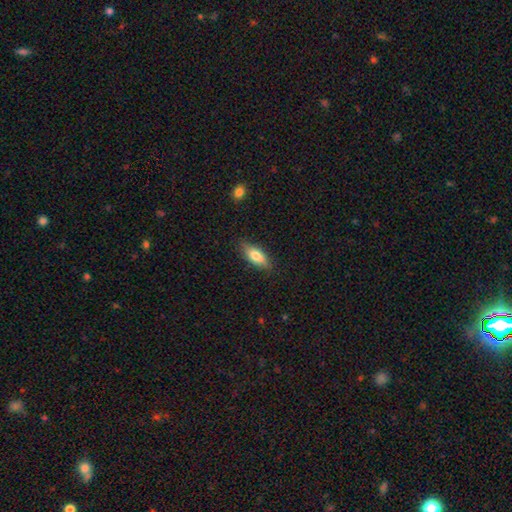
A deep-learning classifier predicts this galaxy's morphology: Smooth or featured? Predicted: smooth (p=0.75). How rounded? Predicted: in between (p=0.75). Merging? Predicted: none (p=0.83).